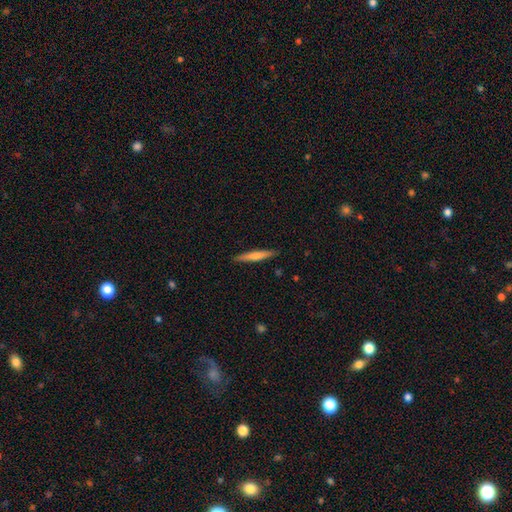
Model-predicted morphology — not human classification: smooth 63%, featured or disk 32%, star or artifact 5%. Down the decision tree: how rounded — cigar-shaped (94%); merging — none (90%).